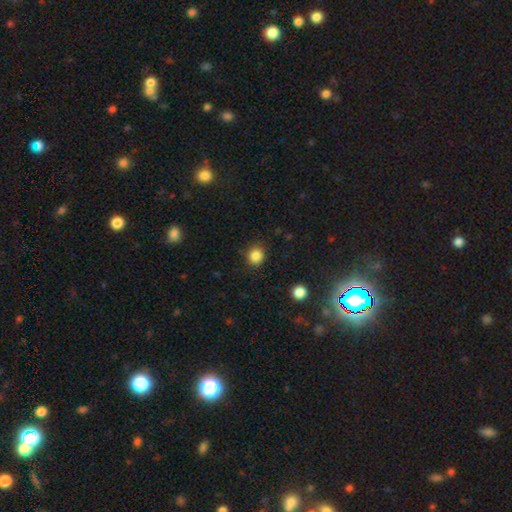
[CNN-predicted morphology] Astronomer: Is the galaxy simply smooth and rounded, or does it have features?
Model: smooth — 85%.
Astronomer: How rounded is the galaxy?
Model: round — 86%.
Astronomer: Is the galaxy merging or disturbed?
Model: none — 88%.